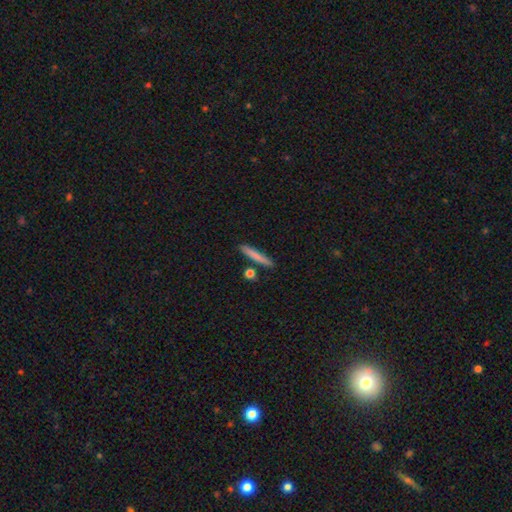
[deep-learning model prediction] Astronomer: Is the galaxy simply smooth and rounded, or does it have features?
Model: smooth — 77%.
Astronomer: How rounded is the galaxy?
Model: cigar-shaped — 92%.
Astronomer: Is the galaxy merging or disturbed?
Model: none — 83%.